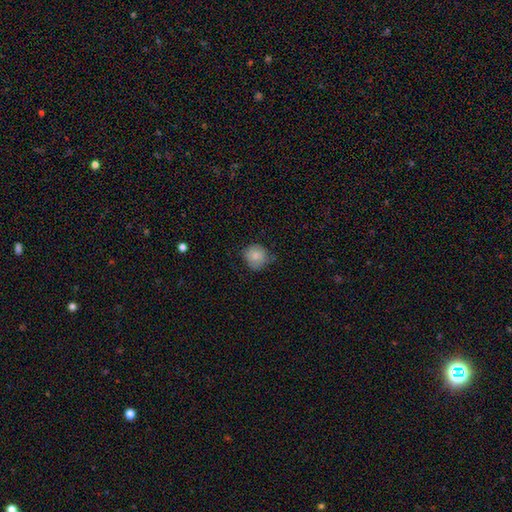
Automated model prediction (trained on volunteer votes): This is clearly a smooth galaxy (81%). How rounded: clearly round (86%). Merging: likely none (65%).